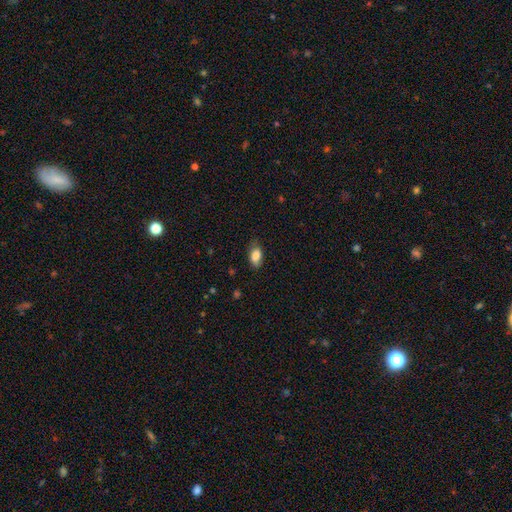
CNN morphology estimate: A smooth galaxy with no disk features (85%) that is in between round and cigar-shaped (90%).

Vote fractions:
- Smooth or featured? smooth: 85% / featured or disk: 8% / star or artifact: 7%
- How rounded? in between: 90% / round: 6% / cigar-shaped: 4%
- Merging? none: 70% / minor disturbance: 24% / major disturbance: 5% / merger: 1%